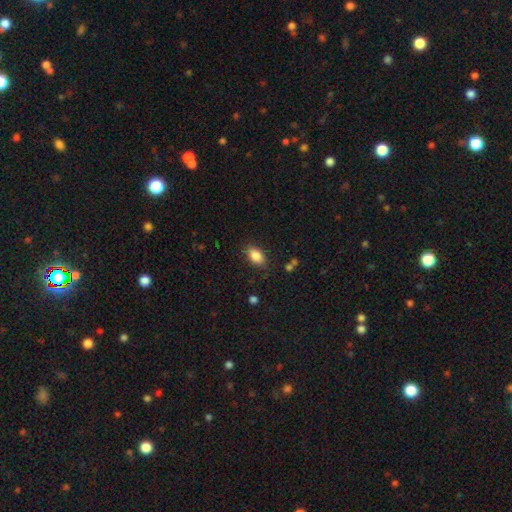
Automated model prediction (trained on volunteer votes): Overall: smooth (86%). How rounded: in between (89%). Merging: none (84%).